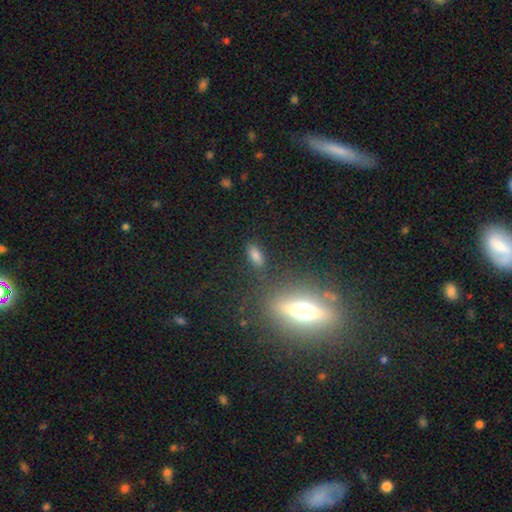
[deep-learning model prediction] A smooth galaxy with no disk features (65%) that is in between round and cigar-shaped (57%).

Vote fractions:
- Smooth or featured? smooth: 65% / featured or disk: 19% / star or artifact: 16%
- How rounded? in between: 57% / cigar-shaped: 34% / round: 9%
- Merging? none: 77% / minor disturbance: 11% / merger: 7% / major disturbance: 5%